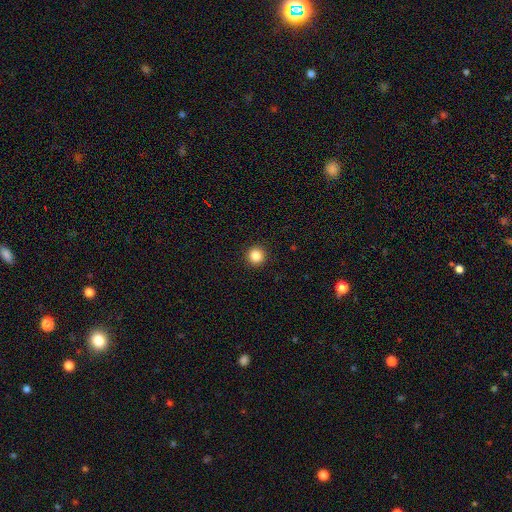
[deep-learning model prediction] Smooth or featured?
  - smooth: 86% *
  - star or artifact: 11%
  - featured or disk: 4%
How rounded?
  - round: 95% *
  - in between: 4%
  - cigar-shaped: 1%
Merging?
  - none: 93% *
  - minor disturbance: 4%
  - major disturbance: 2%
  - merger: 1%